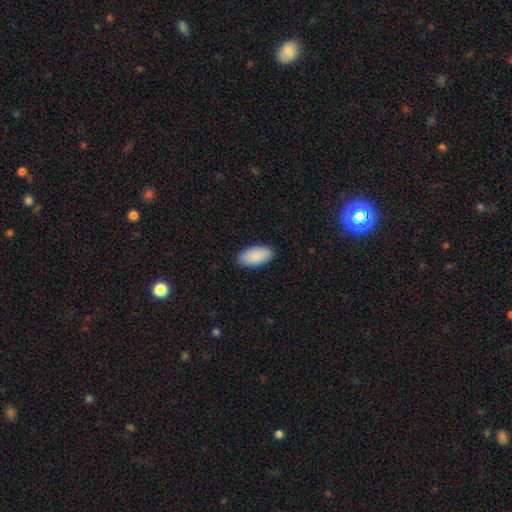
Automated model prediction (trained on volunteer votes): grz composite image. It shows a smooth galaxy with no disk features (91%) that is in between round and cigar-shaped (94%). Merging: none (88%).